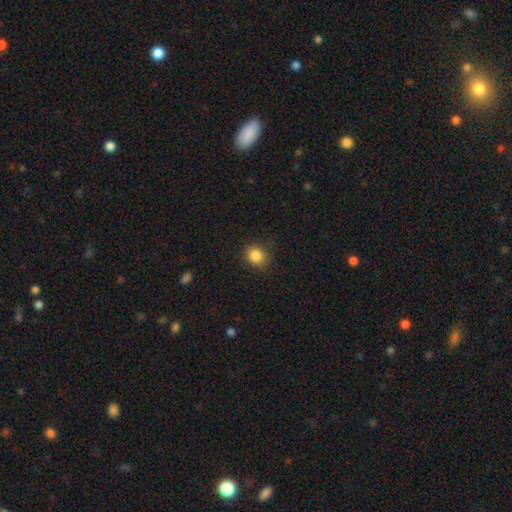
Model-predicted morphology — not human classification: A smooth galaxy with no disk features (85%) that is round (73%).

Vote fractions:
- Smooth or featured? smooth: 85% / star or artifact: 10% / featured or disk: 4%
- How rounded? round: 73% / in between: 26% / cigar-shaped: 1%
- Merging? none: 83% / minor disturbance: 12% / major disturbance: 3% / merger: 1%